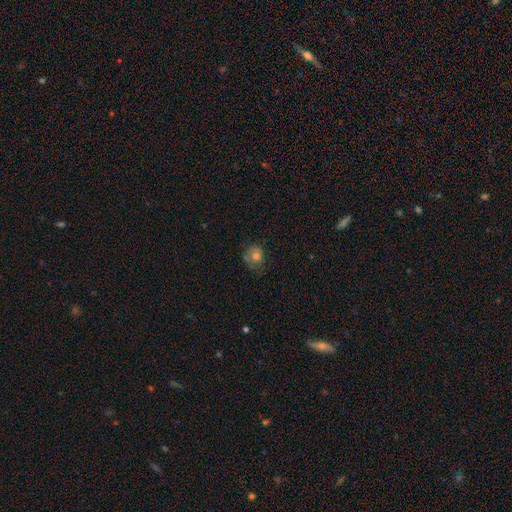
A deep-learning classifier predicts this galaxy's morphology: A smooth galaxy with no disk features (66%) that is round (71%).

Vote fractions:
- Smooth or featured? smooth: 66% / featured or disk: 21% / star or artifact: 12%
- How rounded? round: 71% / in between: 28% / cigar-shaped: 1%
- Merging? none: 57% / minor disturbance: 27% / major disturbance: 14% / merger: 2%